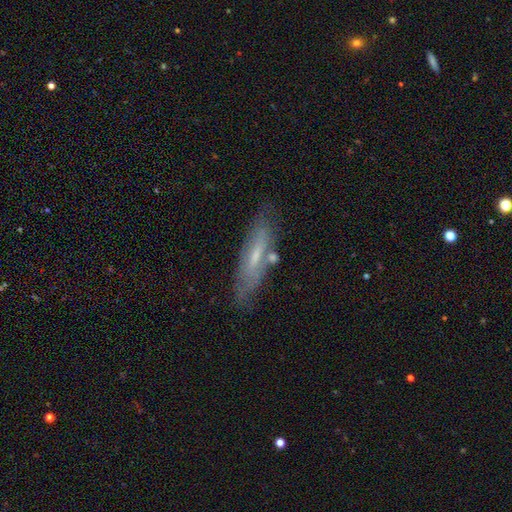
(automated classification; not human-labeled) A featured or disk galaxy (51%) viewed edge-on (53%). Merging: none (75%).